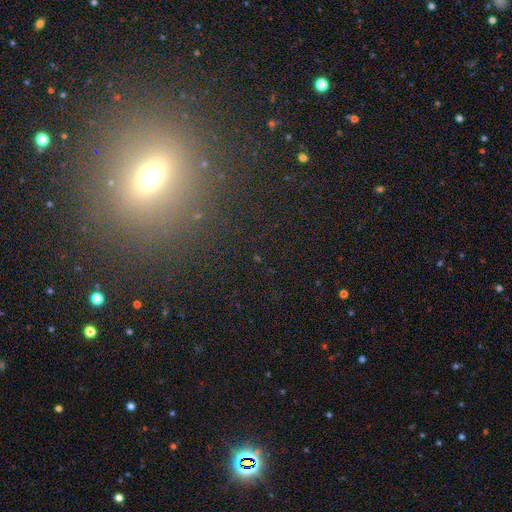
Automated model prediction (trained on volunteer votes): star or artifact 48%, smooth 33%, featured or disk 19%.